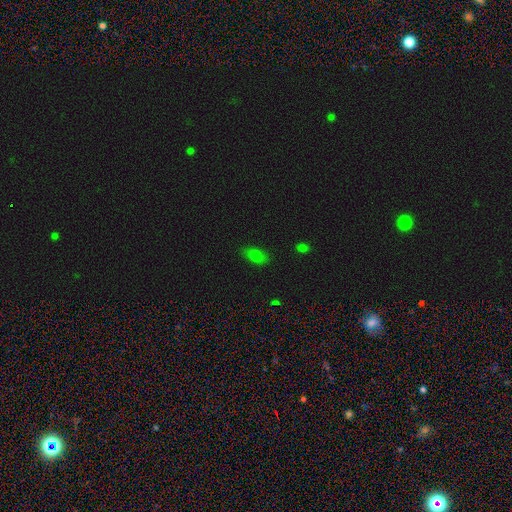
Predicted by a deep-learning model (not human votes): smooth-or-featured: smooth: 74% | star or artifact: 16% | featured or disk: 10%
  how-rounded: in between: 84% | round: 11% | cigar-shaped: 5%
  merging: none: 80% | minor disturbance: 15% | major disturbance: 3% | merger: 2%